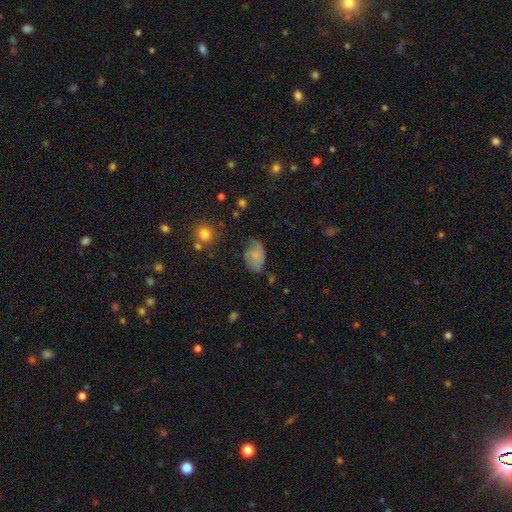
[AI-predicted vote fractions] Q: Smooth or featured?
A: smooth (63%); runner-up: featured or disk (28%)
Q: How rounded?
A: in between (80%); runner-up: round (18%)
Q: Merging?
A: none (50%); runner-up: minor disturbance (33%)